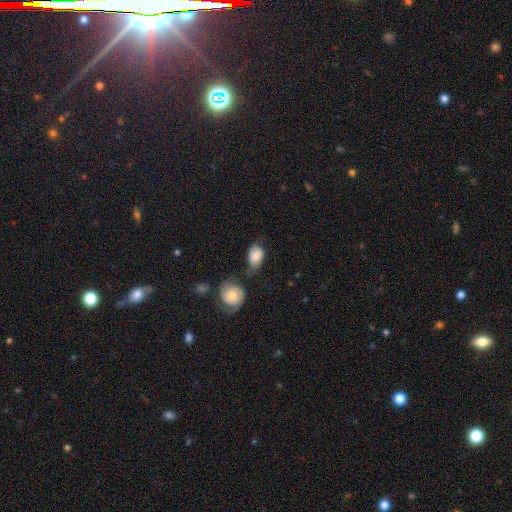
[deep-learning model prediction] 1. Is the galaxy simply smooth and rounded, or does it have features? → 75% smooth, 17% featured or disk, 7% star or artifact.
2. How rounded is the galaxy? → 83% in between, 16% round, 2% cigar-shaped.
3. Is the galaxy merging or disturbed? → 44% none, 30% minor disturbance, 14% merger, 12% major disturbance.